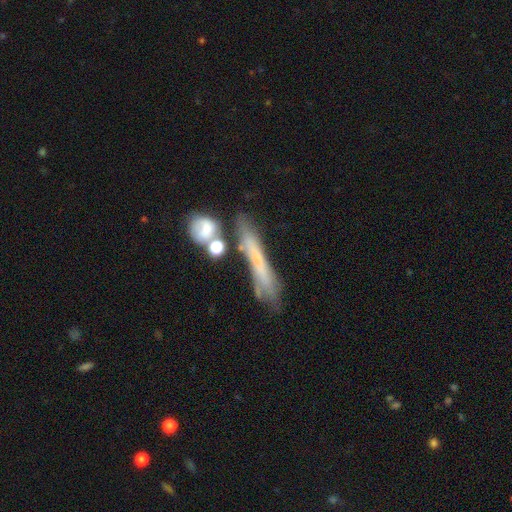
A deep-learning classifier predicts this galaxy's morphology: This is possibly a smooth galaxy (47%). Merging: possibly none (55%).